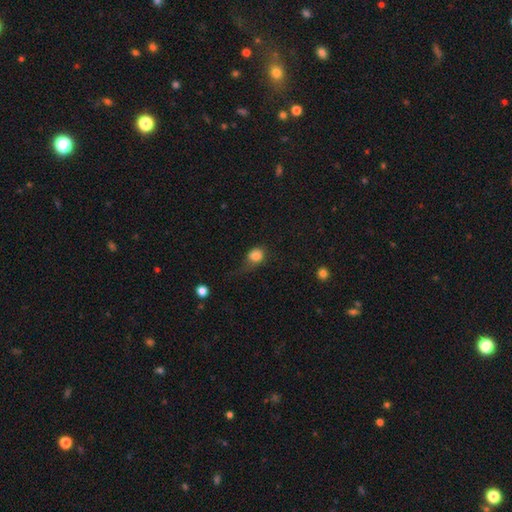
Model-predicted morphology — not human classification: A smooth galaxy with no disk features (82%) that is round (58%). Merging: none (34%).